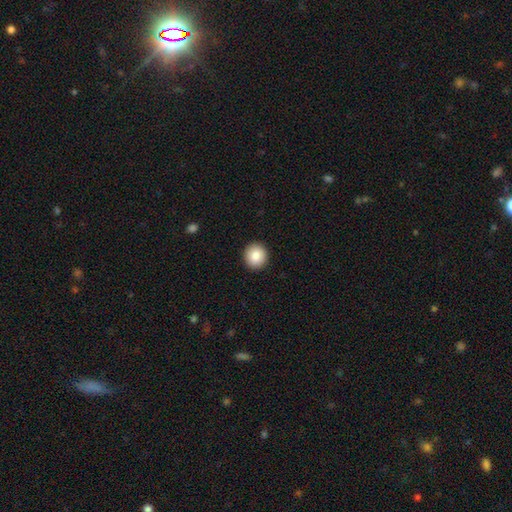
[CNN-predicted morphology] smooth 86%, star or artifact 8%, featured or disk 6%. Down the decision tree: how rounded — round (93%); merging — none (93%).